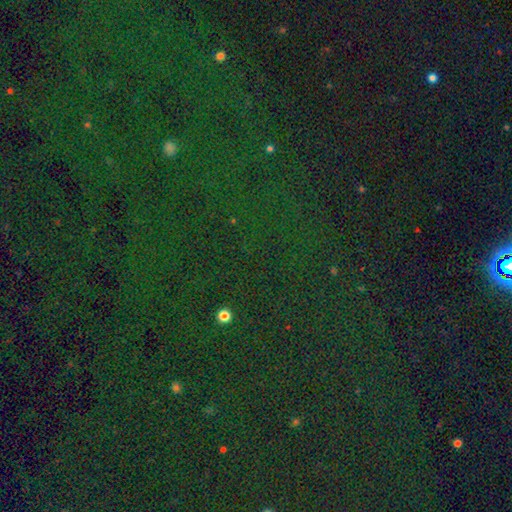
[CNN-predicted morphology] This is likely a star or artifact rather than a galaxy (77%).